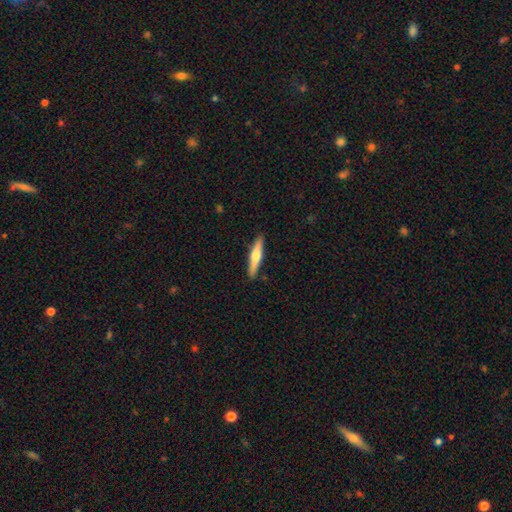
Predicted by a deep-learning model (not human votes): Smooth or featured?
  - smooth: 50% *
  - featured or disk: 45%
  - star or artifact: 5%
Merging?
  - none: 90% *
  - minor disturbance: 7%
  - major disturbance: 1%
  - merger: 1%